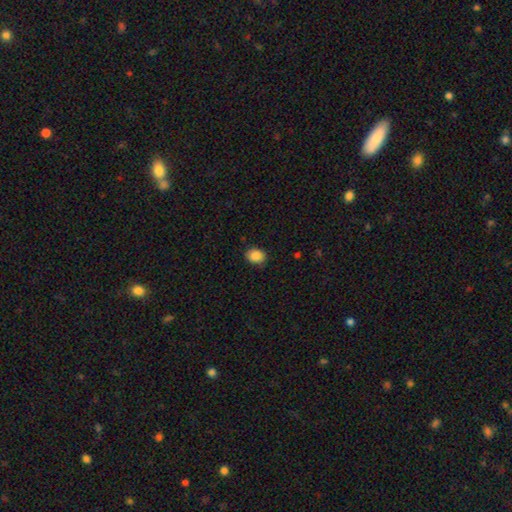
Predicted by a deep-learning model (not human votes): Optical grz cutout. It shows a smooth galaxy with no disk features (87%) that is in between round and cigar-shaped (52%). Merging: none (84%).